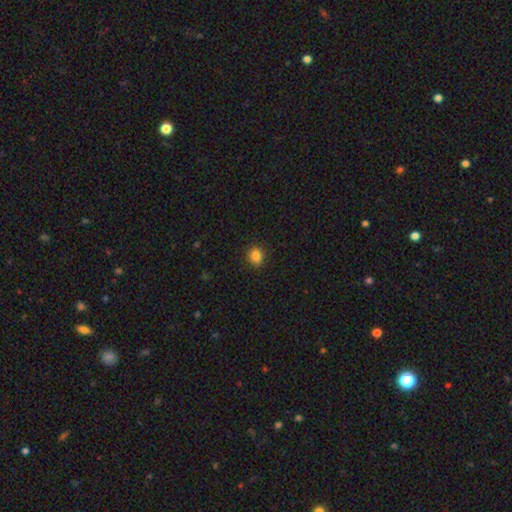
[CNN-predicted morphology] This appears to be a smooth galaxy with no disk features (85%) that is round (63%). Merging: none (89%).